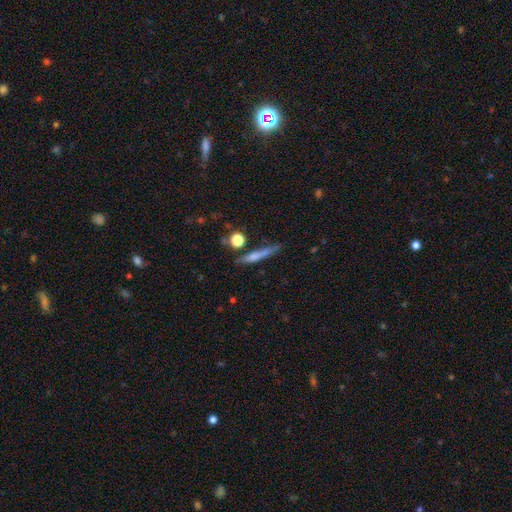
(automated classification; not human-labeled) smooth 59%, featured or disk 31%, star or artifact 9%. Down the decision tree: how rounded — cigar-shaped (88%); merging — none (73%).